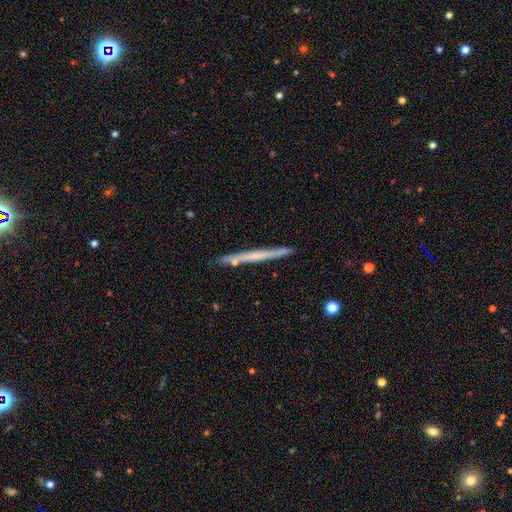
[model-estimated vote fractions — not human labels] Smooth or featured? smooth (47%, tied with featured or disk)
Merging? none (87%)